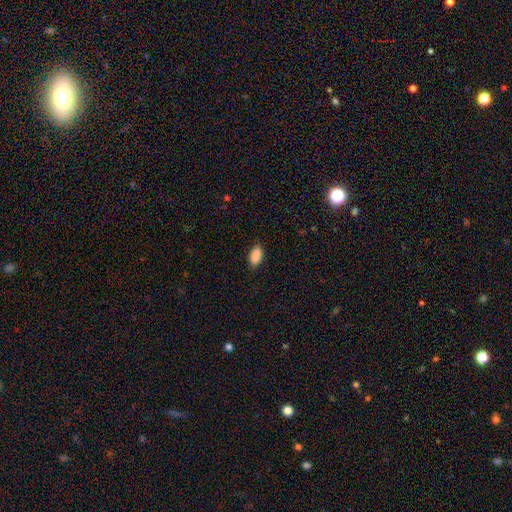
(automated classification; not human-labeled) Overall: smooth (90%). How rounded: in between (94%). Merging: none (85%).